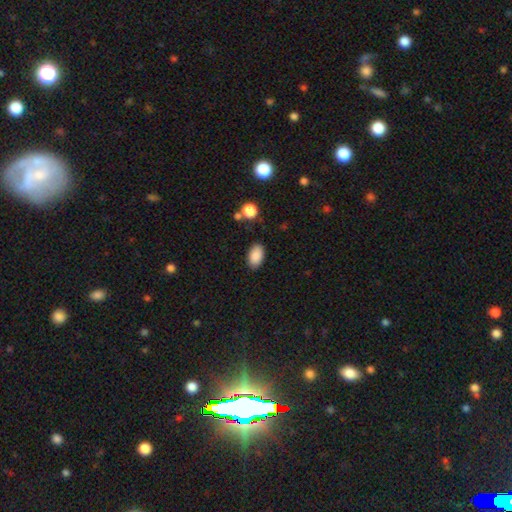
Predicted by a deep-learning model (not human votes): Smooth or featured: smooth — 88% (star or artifact — 8%)
How rounded: in between — 93% (round — 6%)
Merging: none — 85% (minor disturbance — 10%)